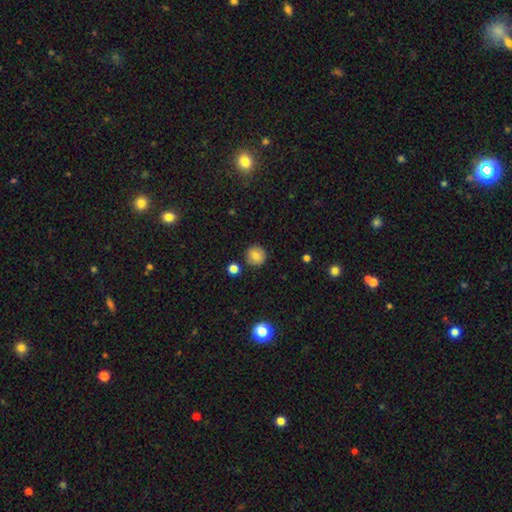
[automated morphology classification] Smooth or featured?
  - smooth: 80% *
  - star or artifact: 10%
  - featured or disk: 10%
How rounded?
  - round: 94% *
  - in between: 5%
  - cigar-shaped: 1%
Merging?
  - none: 87% *
  - minor disturbance: 8%
  - merger: 3%
  - major disturbance: 2%